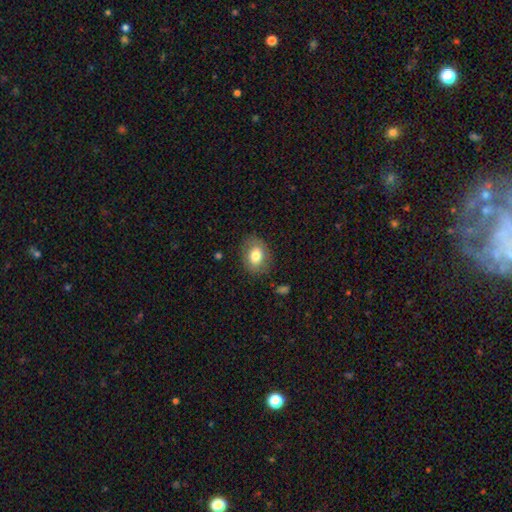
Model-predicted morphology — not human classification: The model was most divided on "how rounded": in between: 61%, round: 39%, cigar-shaped: 1%. More confident: merging — none (81%); smooth or featured — smooth (76%).